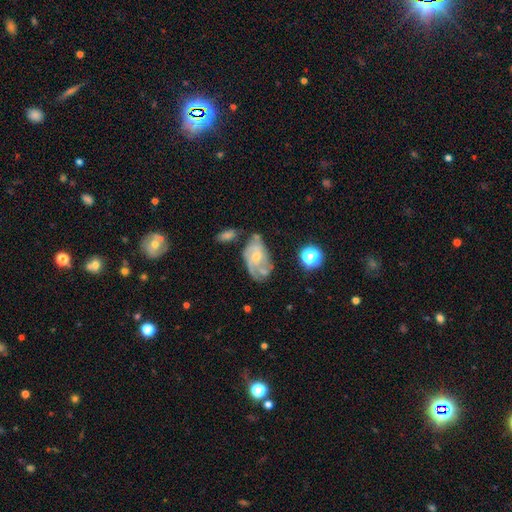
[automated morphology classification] smooth-or-featured: featured or disk: 72% | smooth: 20% | star or artifact: 8%
  disk-edge-on: no: 96% | yes: 4%
    bar: no: 69% | weak: 27% | strong: 4%
    has-spiral-arms: yes: 82% | no: 18%
      spiral-winding: tight: 44% | medium: 40% | loose: 17%
      spiral-arm-count: can't tell: 40% | 3: 21% | 2: 21% | 4: 9% | 1: 5% | more than 4: 4%
    bulge-size: small: 50% | moderate: 42% | none: 4% | large: 2% | dominant: 1%
  merging: none: 46% | minor disturbance: 27% | major disturbance: 17% | merger: 10%